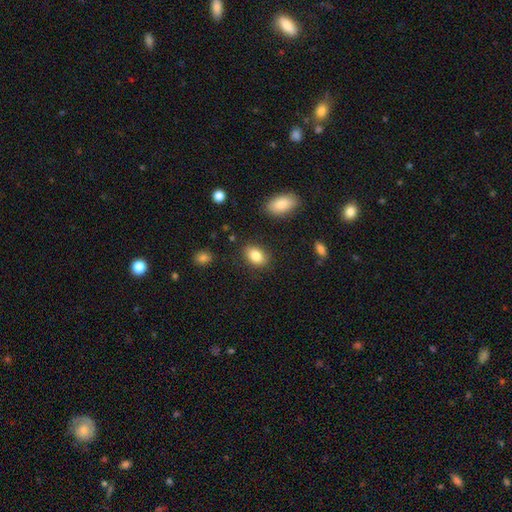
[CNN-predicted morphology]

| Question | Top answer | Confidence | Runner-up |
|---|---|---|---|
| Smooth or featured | smooth | 85% | star or artifact (8%) |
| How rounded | in between | 84% | round (15%) |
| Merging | none | 85% | minor disturbance (10%) |